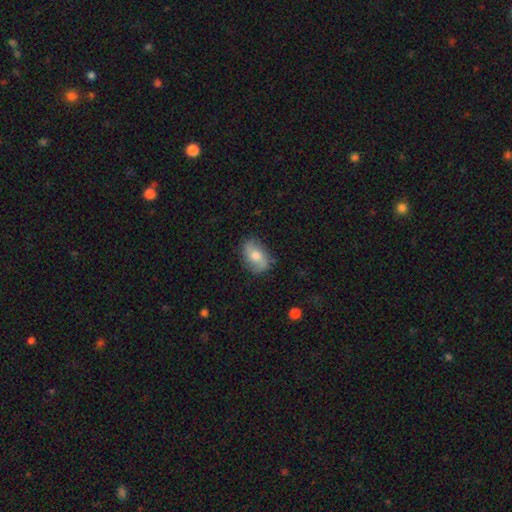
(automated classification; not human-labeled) Smooth or featured? Predicted: smooth (p=0.53). How rounded? Predicted: in between (p=0.83). Merging? Predicted: none (p=0.77).